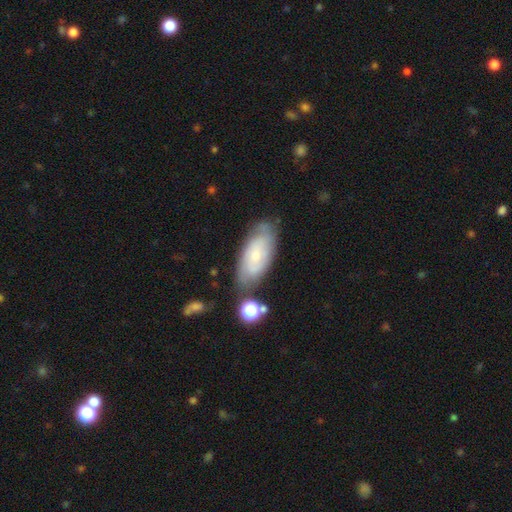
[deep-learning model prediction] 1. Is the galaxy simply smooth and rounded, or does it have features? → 49% featured or disk, 43% smooth, 8% star or artifact.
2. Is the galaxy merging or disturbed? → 65% none, 22% minor disturbance, 7% major disturbance, 6% merger.